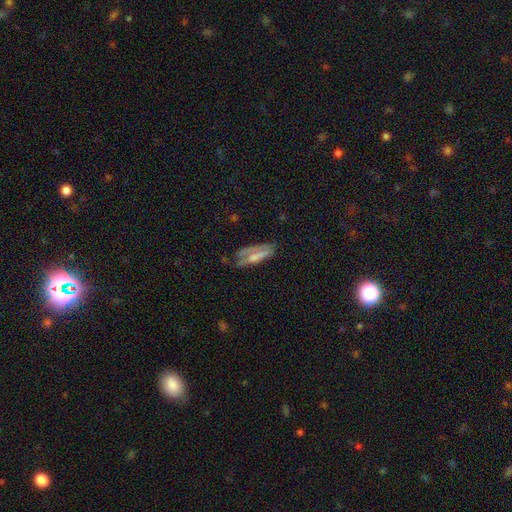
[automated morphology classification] This appears to be a smooth galaxy with no disk features (52%) that is in between round and cigar-shaped (53%). Merging: none (38%).